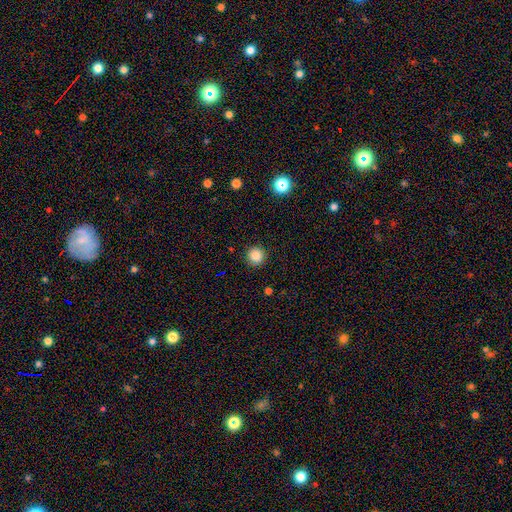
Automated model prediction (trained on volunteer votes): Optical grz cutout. It shows a smooth galaxy with no disk features (85%) that is round (95%). Merging: none (91%).